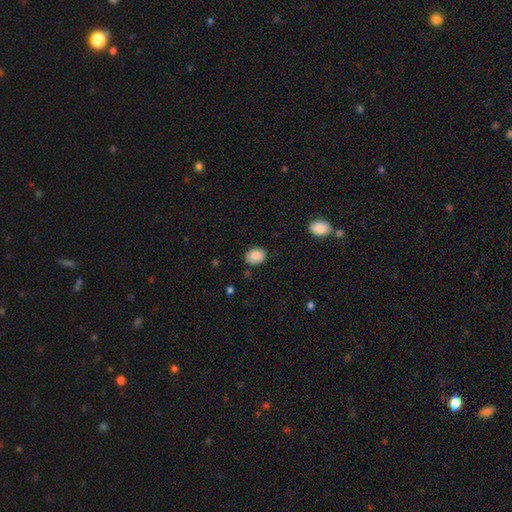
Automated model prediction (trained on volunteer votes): smooth-or-featured: smooth: 88% | star or artifact: 8% | featured or disk: 5%
  how-rounded: in between: 62% | round: 37% | cigar-shaped: 1%
  merging: none: 79% | minor disturbance: 16% | major disturbance: 3% | merger: 2%